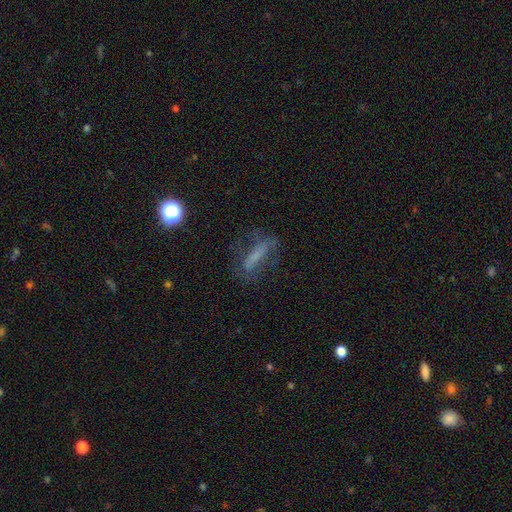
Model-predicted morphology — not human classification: This is marginally a smooth galaxy (43%). Merging: possibly none (58%).